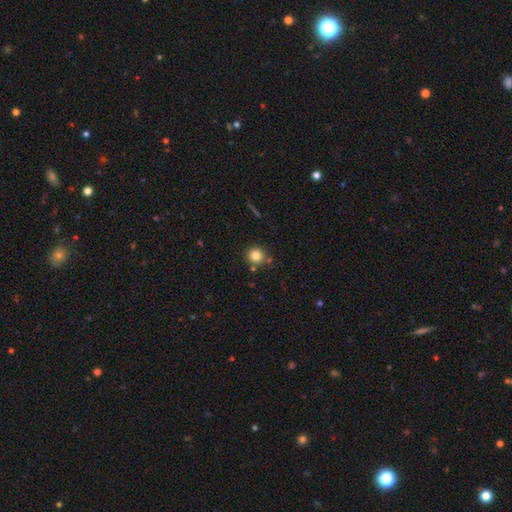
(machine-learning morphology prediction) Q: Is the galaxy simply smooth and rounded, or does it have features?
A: smooth — 82%.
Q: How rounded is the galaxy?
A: round — 93%.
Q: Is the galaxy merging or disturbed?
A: none — 82%.